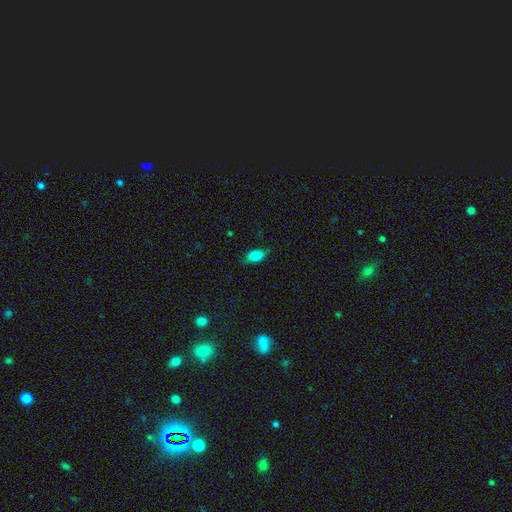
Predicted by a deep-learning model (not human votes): Smooth or featured? smooth (79%)
How rounded? in between (86%)
Merging? none (79%)